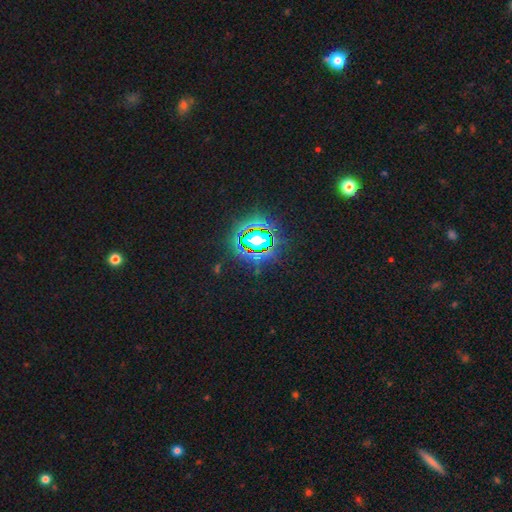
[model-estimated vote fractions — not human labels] Smooth or featured: star or artifact — 82% (smooth — 11%)